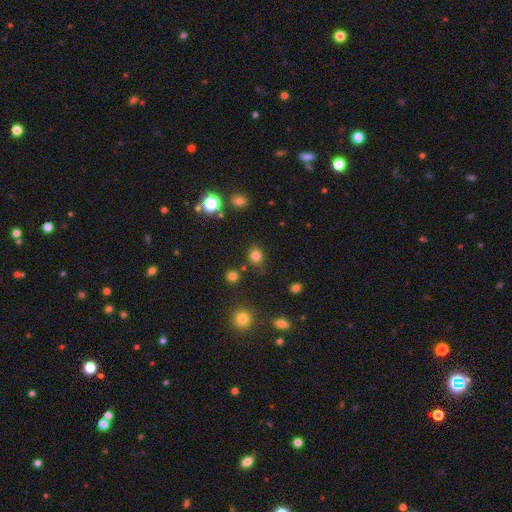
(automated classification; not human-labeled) smooth-or-featured: smooth: 79% | star or artifact: 16% | featured or disk: 5%
  how-rounded: round: 68% | in between: 31% | cigar-shaped: 1%
  merging: none: 83% | minor disturbance: 11% | merger: 4% | major disturbance: 3%